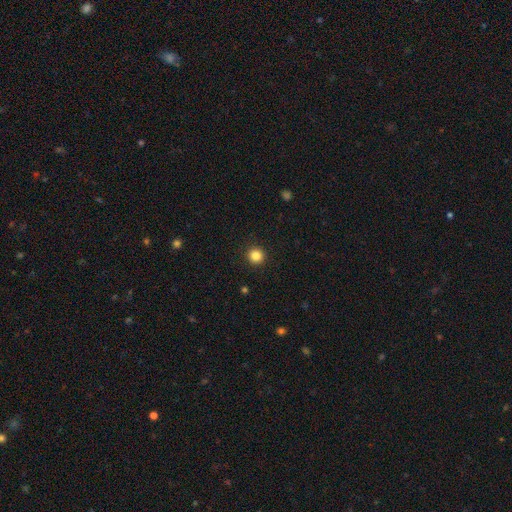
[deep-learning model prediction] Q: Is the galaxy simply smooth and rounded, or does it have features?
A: smooth — 84%.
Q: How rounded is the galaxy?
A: round — 95%.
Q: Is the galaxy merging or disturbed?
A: none — 93%.